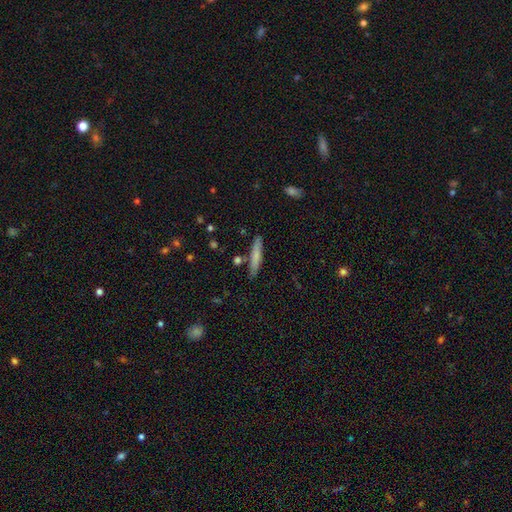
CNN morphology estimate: This is likely a smooth galaxy (71%). How rounded: clearly cigar-shaped (92%). Merging: clearly none (85%).